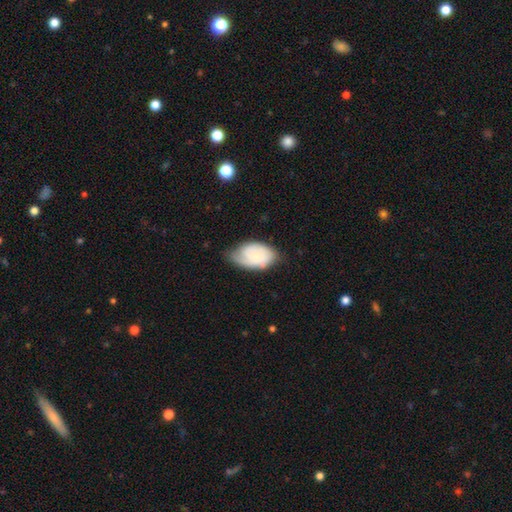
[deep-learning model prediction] Smooth or featured? Predicted: featured or disk (p=0.47). Merging? Predicted: none (p=0.56).